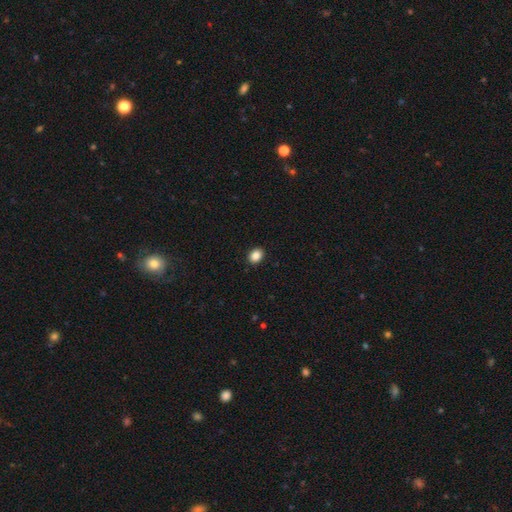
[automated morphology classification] Q: Smooth or featured?
A: smooth (87%); runner-up: star or artifact (9%)
Q: How rounded?
A: in between (57%); runner-up: round (42%)
Q: Merging?
A: none (91%); runner-up: minor disturbance (6%)